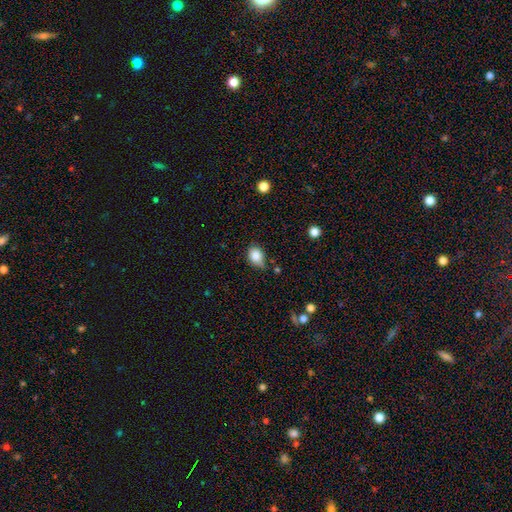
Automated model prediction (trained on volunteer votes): The model was most divided on "how rounded": in between: 53%, round: 46%, cigar-shaped: 1%. More confident: smooth or featured — smooth (84%); merging — none (53%).